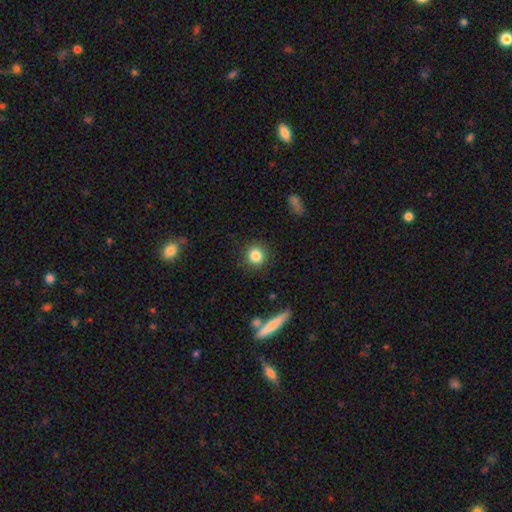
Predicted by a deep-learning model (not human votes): Smooth or featured? smooth (84%)
How rounded? round (89%)
Merging? none (88%)